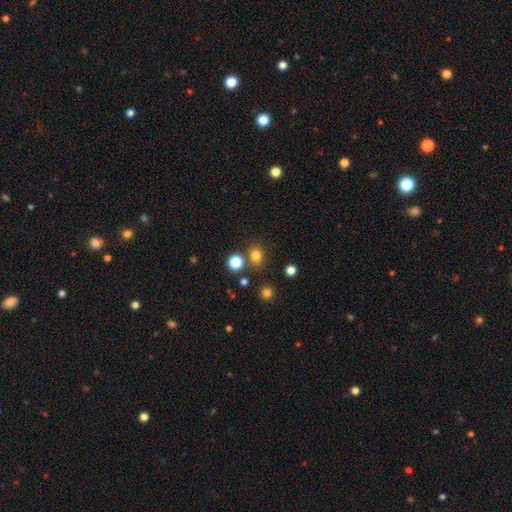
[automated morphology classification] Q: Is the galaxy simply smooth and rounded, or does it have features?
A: smooth — 78%.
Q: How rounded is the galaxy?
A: round — 62%.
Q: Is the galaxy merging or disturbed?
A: none — 76%.